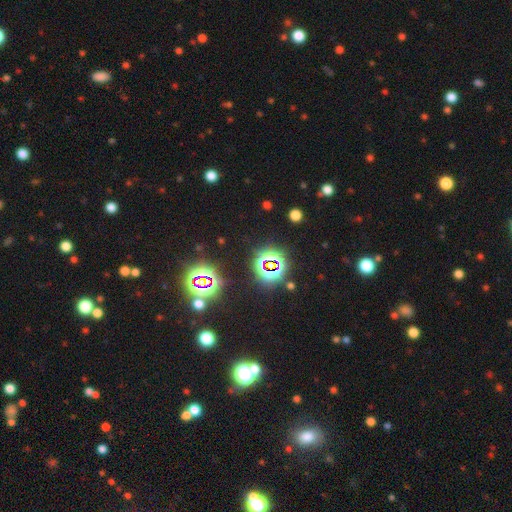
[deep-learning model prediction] Smooth or featured: star or artifact — 80% (smooth — 13%)